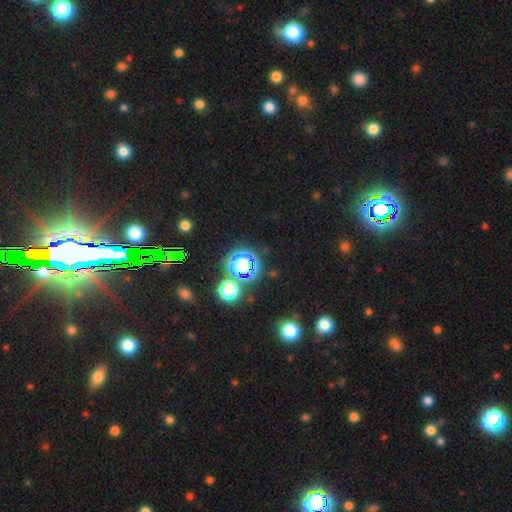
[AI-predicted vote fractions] Smooth or featured? star or artifact (74%)